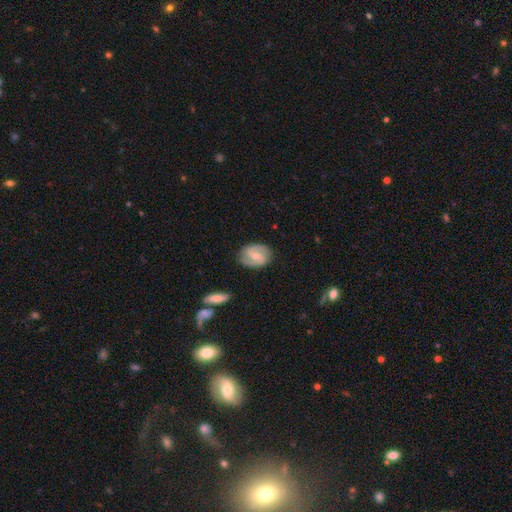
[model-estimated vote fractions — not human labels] Morphology: type=featured or disk (81%); edge-on=no (97%); bar=weak (53%); spiral arms=yes (95%); winding=medium (51%); arm count=2 (91%); bulge=small (48%); merging=none (85%).